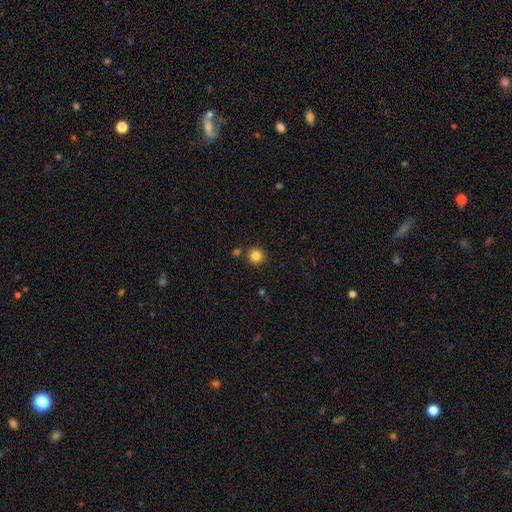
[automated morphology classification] smooth 85%, star or artifact 11%, featured or disk 4%. Down the decision tree: how rounded — round (94%); merging — none (86%).